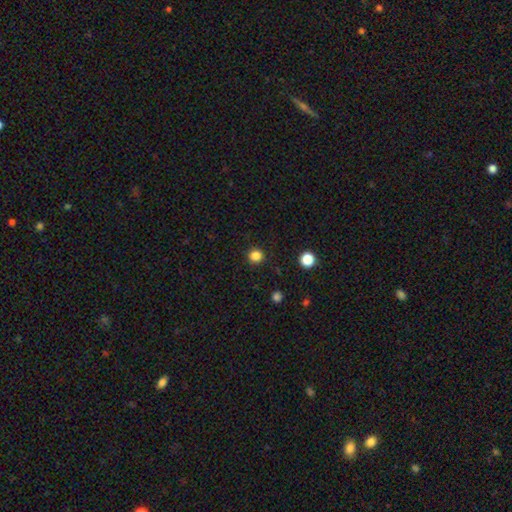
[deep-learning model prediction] The model was most divided on "smooth or featured": smooth: 84%, star or artifact: 13%, featured or disk: 3%. More confident: how rounded — round (94%); merging — none (91%).